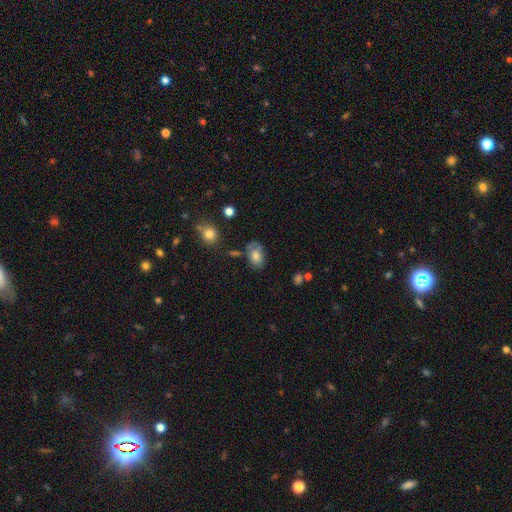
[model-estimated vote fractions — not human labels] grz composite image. It shows a smooth galaxy with no disk features (71%) that is in between round and cigar-shaped (83%). Merging: none (53%).